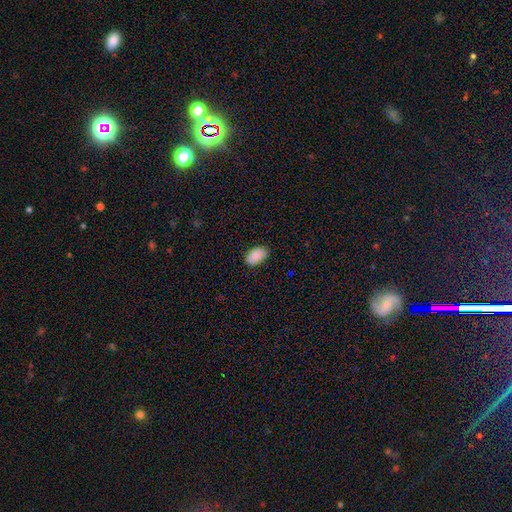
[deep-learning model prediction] smooth 88%, star or artifact 7%, featured or disk 5%. Down the decision tree: how rounded — in between (94%); merging — none (82%).